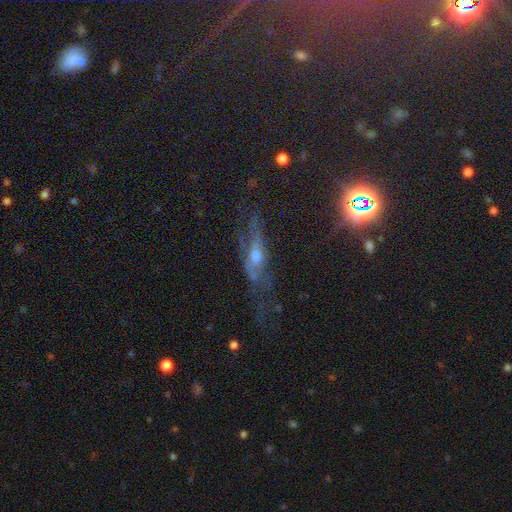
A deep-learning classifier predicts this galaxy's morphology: featured or disk 54%, smooth 25%, star or artifact 21%. Down the decision tree: edge-on disk — yes (53%); merging — none (46%).